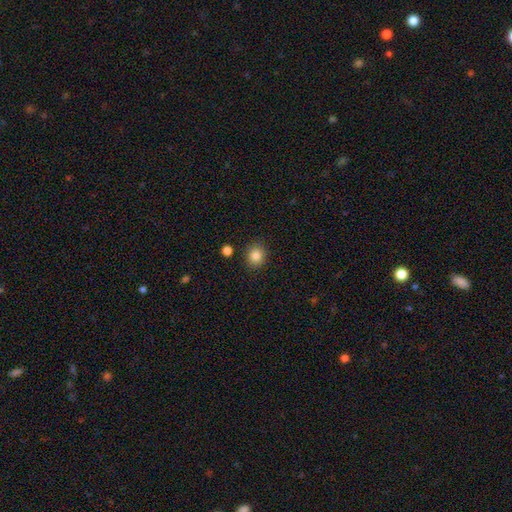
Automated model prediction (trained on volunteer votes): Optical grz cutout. It shows a smooth galaxy with no disk features (85%) that is round (77%). Merging: none (87%).